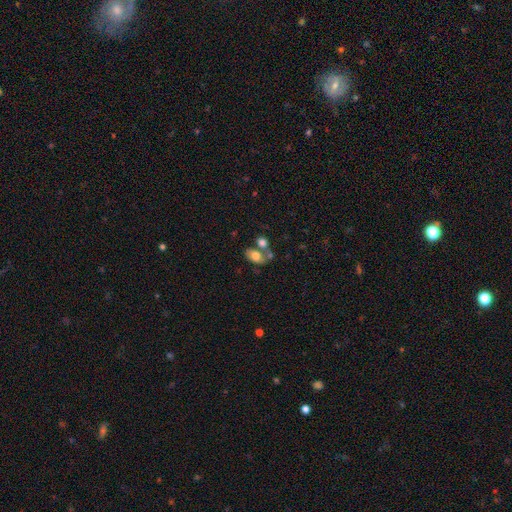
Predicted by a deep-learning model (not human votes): Smooth or featured?
  - smooth: 71% *
  - featured or disk: 20%
  - star or artifact: 9%
How rounded?
  - in between: 85% *
  - round: 13%
  - cigar-shaped: 2%
Merging?
  - merger: 41% *
  - none: 37%
  - minor disturbance: 14%
  - major disturbance: 7%